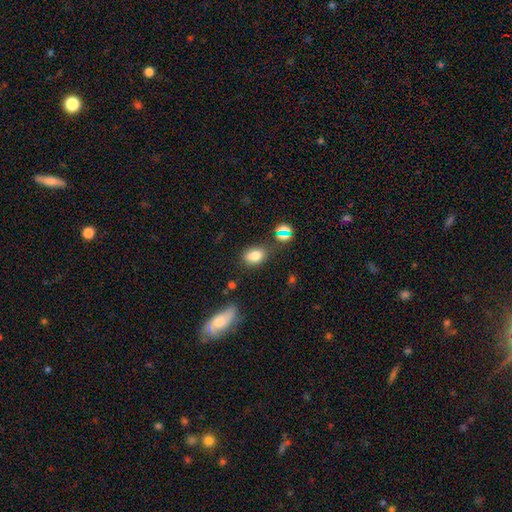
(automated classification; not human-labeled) Smooth or featured? Predicted: smooth (p=0.77). How rounded? Predicted: in between (p=0.78). Merging? Predicted: none (p=0.70).